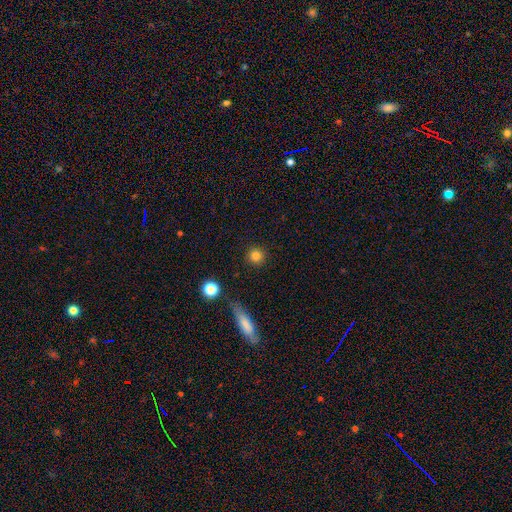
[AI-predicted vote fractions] smooth-or-featured: smooth: 82% | star or artifact: 12% | featured or disk: 6%
  how-rounded: round: 94% | in between: 5% | cigar-shaped: 1%
  merging: none: 90% | minor disturbance: 6% | major disturbance: 2% | merger: 2%